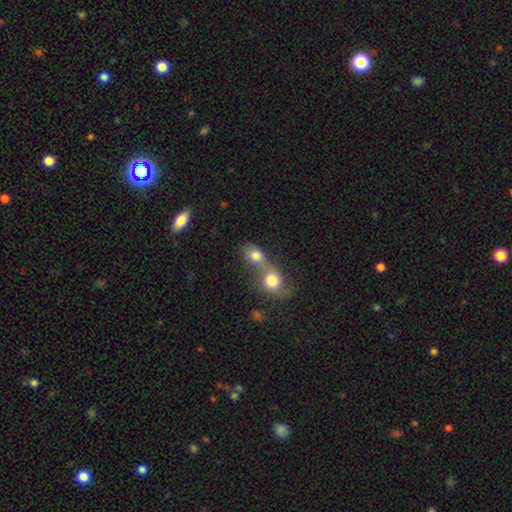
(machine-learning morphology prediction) This appears to be a smooth galaxy with no disk features (77%) that is in between round and cigar-shaped (50%). Merging: merger (74%).